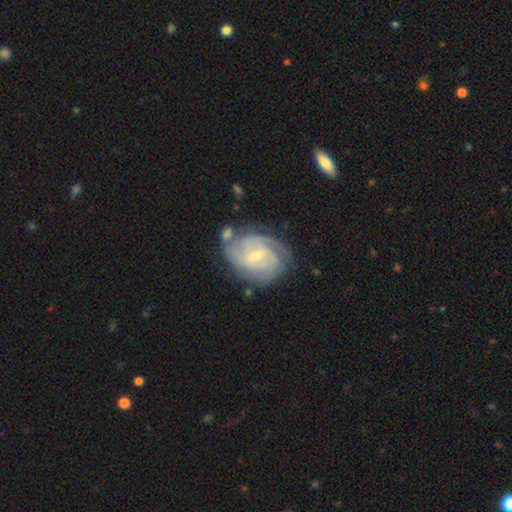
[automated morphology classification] type=featured or disk (83%); edge-on=no (97%); bar=weak (56%); spiral arms=yes (95%); winding=tight (62%); arm count=can't tell (27%, tied with 3); bulge=small (67%); merging=none (64%).